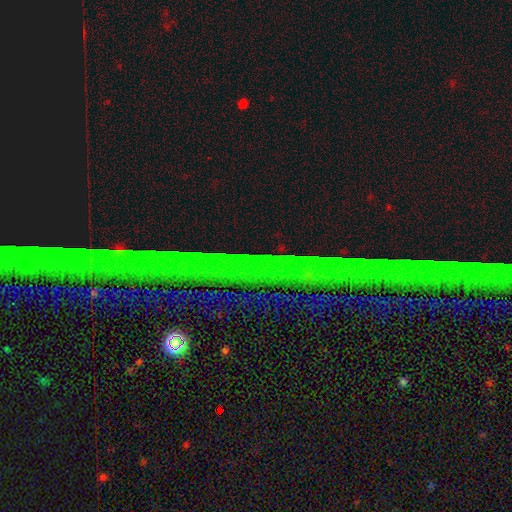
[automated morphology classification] Smooth or featured? star or artifact (85%)